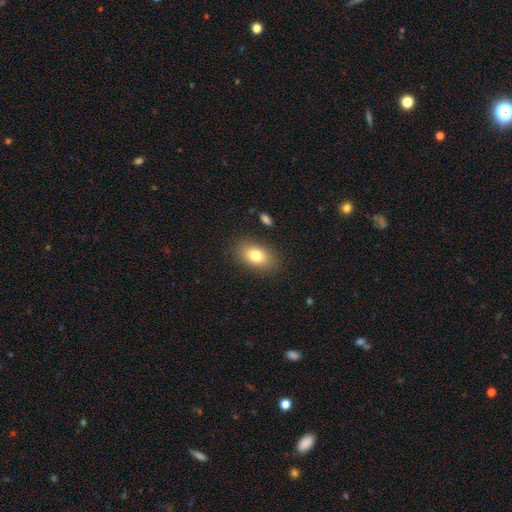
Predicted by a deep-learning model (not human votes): This appears to be a smooth galaxy with no disk features (79%) that is in between round and cigar-shaped (86%). Merging: none (86%).